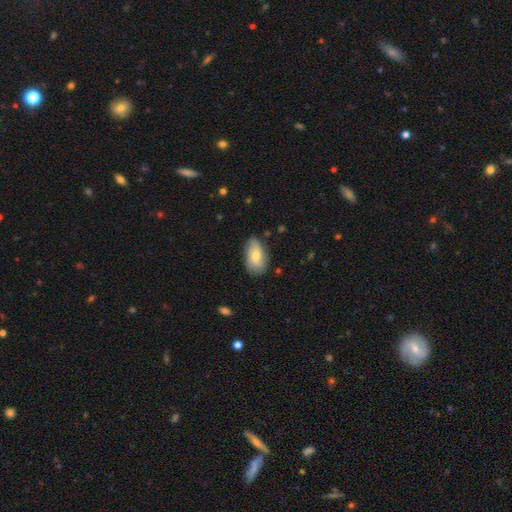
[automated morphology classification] smooth 53%, featured or disk 40%, star or artifact 7%. Down the decision tree: how rounded — in between (90%); merging — none (73%).